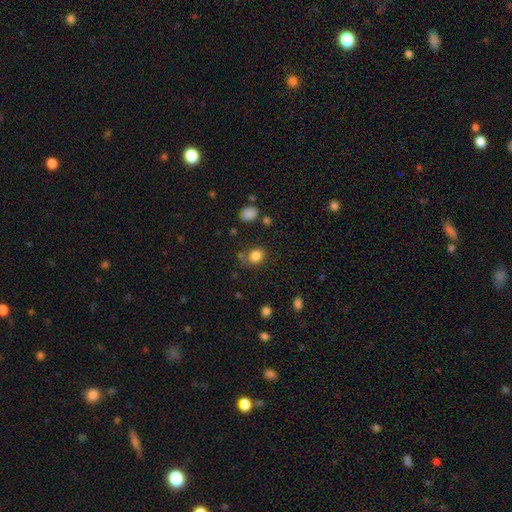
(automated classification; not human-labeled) A smooth galaxy with no disk features (83%) that is round (60%). Merging: none (70%).